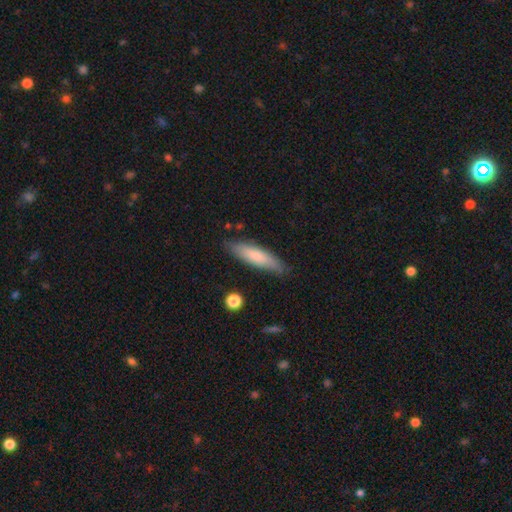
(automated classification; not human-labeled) The model was most divided on "how rounded": cigar-shaped: 70%, in between: 29%, round: 1%. More confident: merging — none (82%); smooth or featured — smooth (73%).